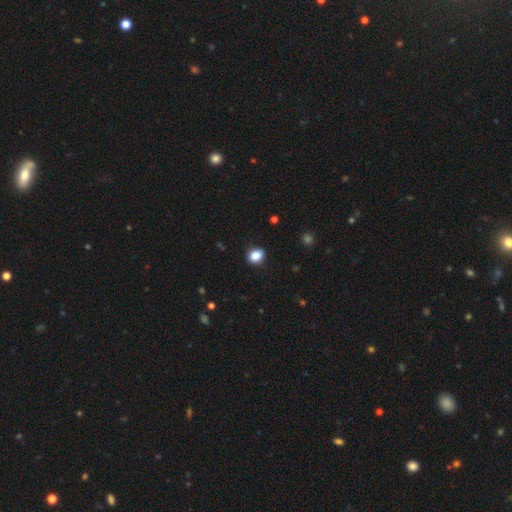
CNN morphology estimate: This is clearly a smooth galaxy (86%). How rounded: possibly in between (53%). Merging: clearly none (86%).